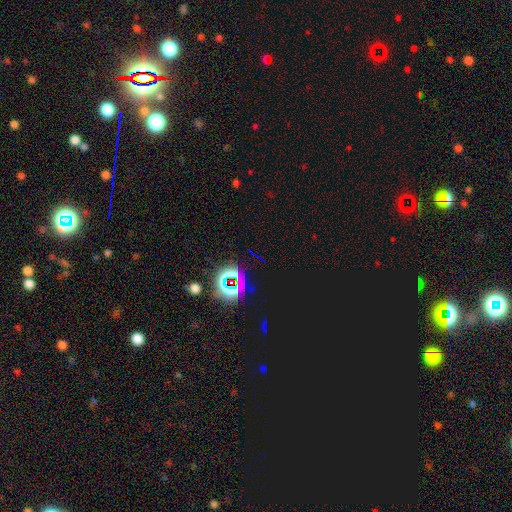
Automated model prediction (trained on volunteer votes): This is likely a star or artifact rather than a galaxy (79%).